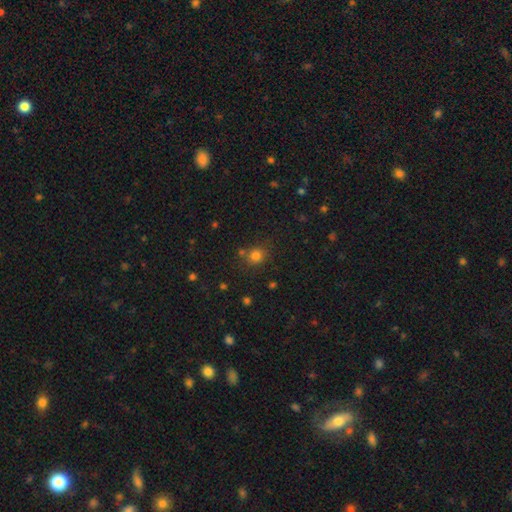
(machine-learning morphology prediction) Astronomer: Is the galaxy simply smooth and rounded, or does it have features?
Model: smooth — 78%.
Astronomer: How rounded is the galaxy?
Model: round — 84%.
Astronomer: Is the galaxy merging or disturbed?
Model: none — 74%.